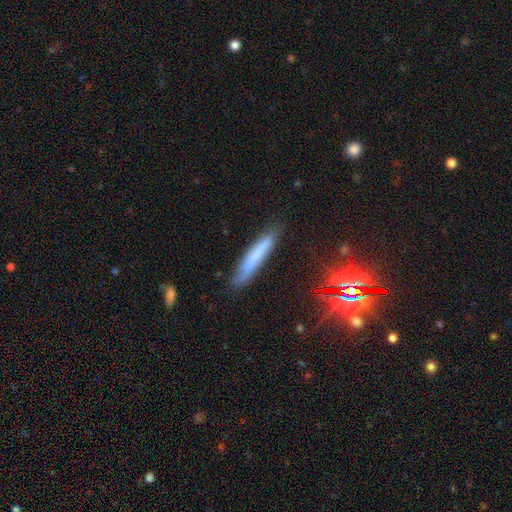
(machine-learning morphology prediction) smooth_or_featured: smooth (p=0.61) [alt: featured or disk p=0.27]
how_rounded: cigar-shaped (p=0.91) [alt: in between p=0.07]
merging: none (p=0.79) [alt: minor disturbance p=0.16]